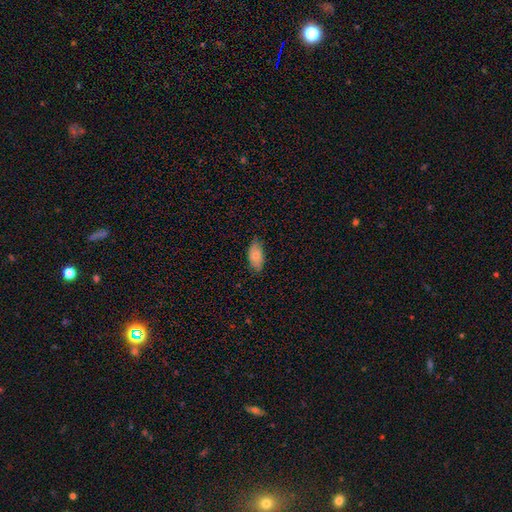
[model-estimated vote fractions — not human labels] Smooth or featured?
  - smooth: 80% *
  - featured or disk: 14%
  - star or artifact: 6%
How rounded?
  - in between: 93% *
  - cigar-shaped: 5%
  - round: 2%
Merging?
  - none: 76% *
  - minor disturbance: 20%
  - major disturbance: 3%
  - merger: 1%